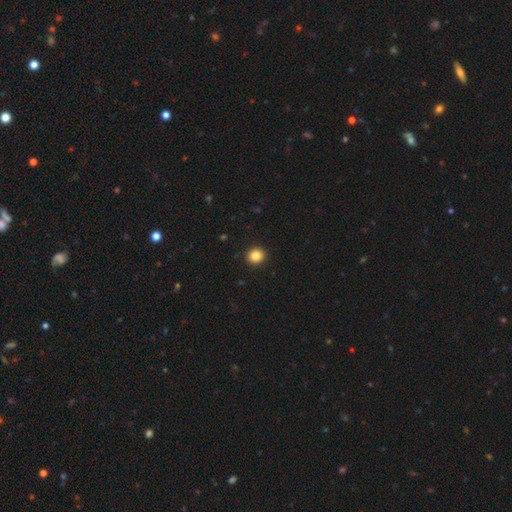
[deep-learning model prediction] Smooth or featured: smooth — 85% (star or artifact — 10%)
How rounded: round — 84% (in between — 15%)
Merging: none — 93% (minor disturbance — 5%)